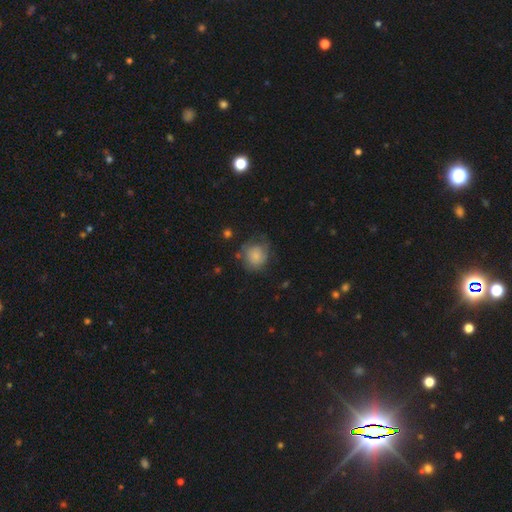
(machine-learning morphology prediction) Smooth or featured? smooth (78%)
How rounded? round (84%)
Merging? none (59%)